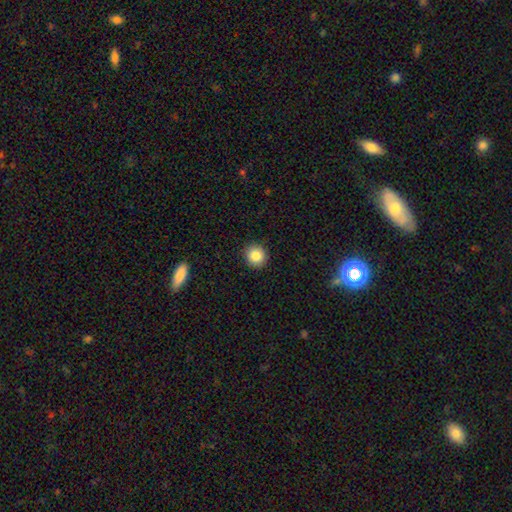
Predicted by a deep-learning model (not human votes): This is clearly a smooth galaxy (85%). How rounded: clearly round (90%). Merging: clearly none (91%).